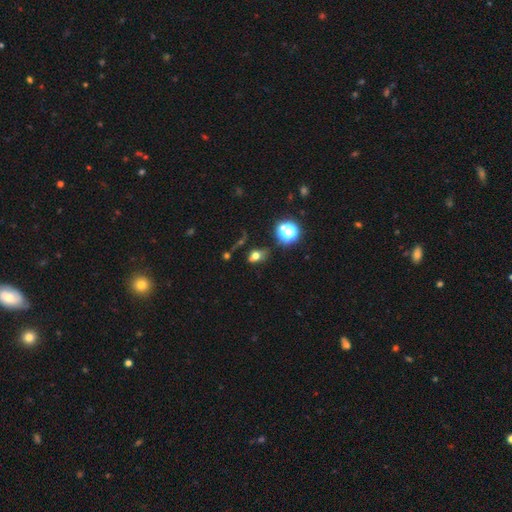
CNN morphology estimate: Smooth or featured? smooth (63%)
How rounded? in between (71%)
Merging? none (64%)